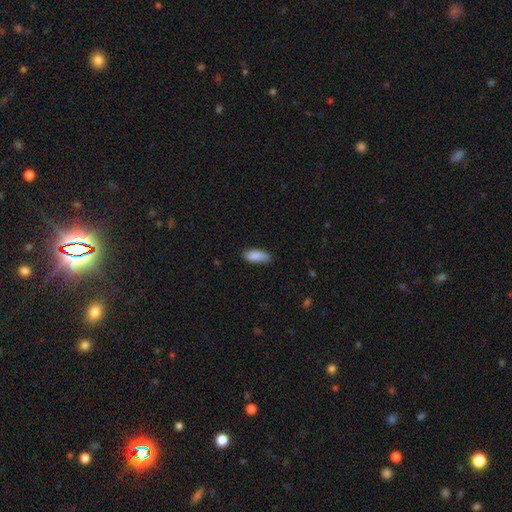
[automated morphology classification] Q: Smooth or featured?
A: smooth (89%); runner-up: star or artifact (6%)
Q: How rounded?
A: in between (76%); runner-up: cigar-shaped (22%)
Q: Merging?
A: none (77%); runner-up: minor disturbance (19%)